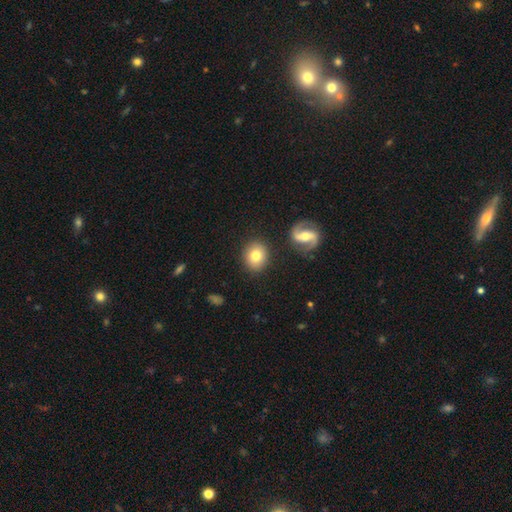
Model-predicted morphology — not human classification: Smooth or featured?
  - smooth: 75% *
  - featured or disk: 17%
  - star or artifact: 8%
How rounded?
  - round: 73% *
  - in between: 26%
  - cigar-shaped: 1%
Merging?
  - none: 85% *
  - minor disturbance: 9%
  - merger: 4%
  - major disturbance: 2%